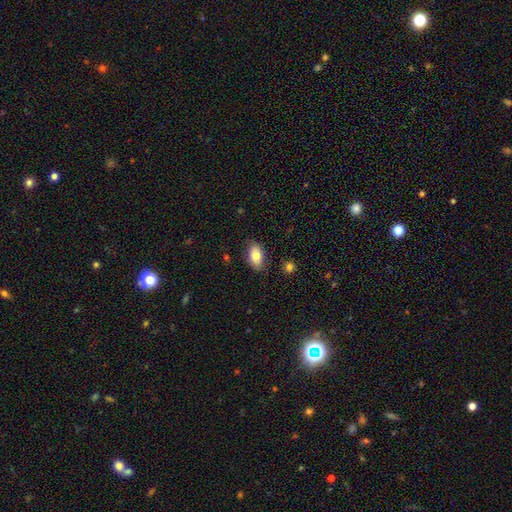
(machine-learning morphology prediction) A smooth galaxy with no disk features (79%) that is in between round and cigar-shaped (92%). Merging: none (82%).